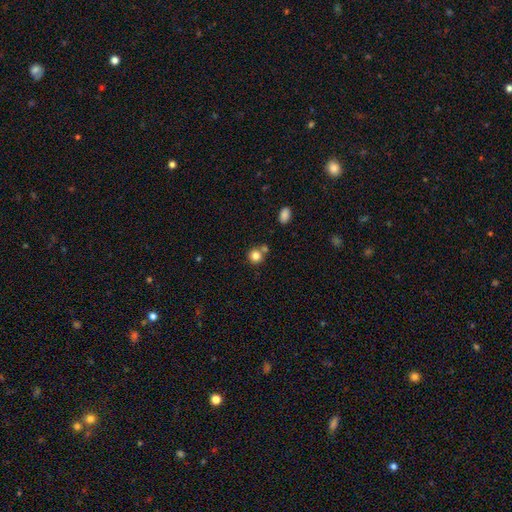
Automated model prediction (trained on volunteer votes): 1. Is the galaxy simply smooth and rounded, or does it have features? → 82% smooth, 11% star or artifact, 7% featured or disk.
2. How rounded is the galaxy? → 90% round, 9% in between, 1% cigar-shaped.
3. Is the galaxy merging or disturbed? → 64% none, 24% merger, 9% minor disturbance, 3% major disturbance.